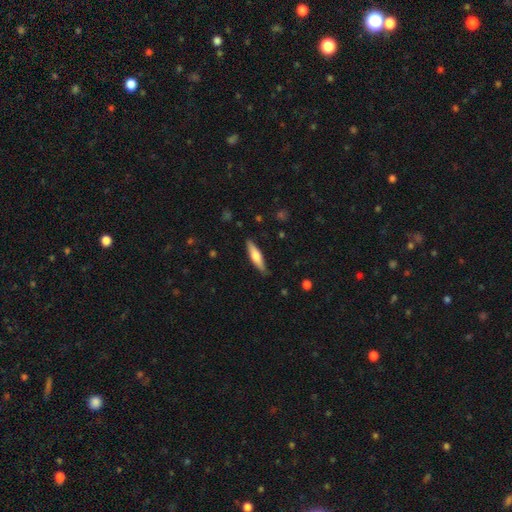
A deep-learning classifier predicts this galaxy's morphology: A smooth galaxy with no disk features (59%) that is cigar-shaped (73%). Merging: none (84%).